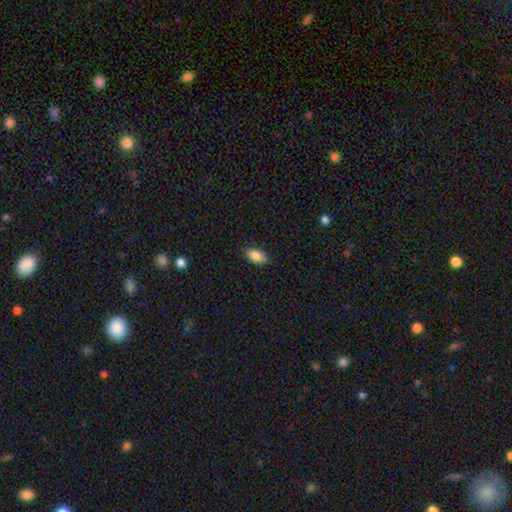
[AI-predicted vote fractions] smooth-or-featured: smooth: 85% | star or artifact: 8% | featured or disk: 7%
  how-rounded: in between: 91% | round: 6% | cigar-shaped: 3%
  merging: none: 83% | minor disturbance: 14% | major disturbance: 2% | merger: 1%